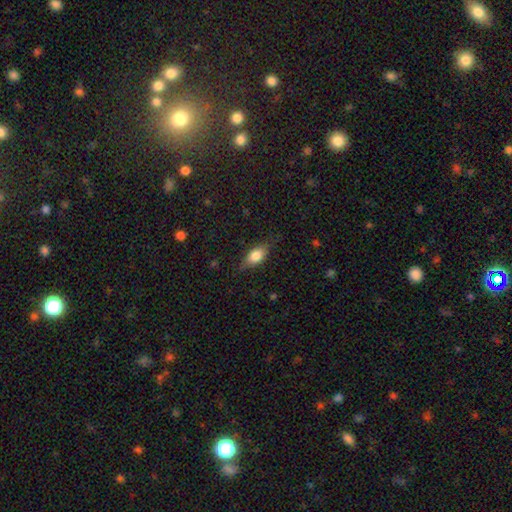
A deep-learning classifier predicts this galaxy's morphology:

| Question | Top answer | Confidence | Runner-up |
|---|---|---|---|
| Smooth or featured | smooth | 72% | featured or disk (20%) |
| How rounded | in between | 81% | cigar-shaped (11%) |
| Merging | none | 74% | minor disturbance (20%) |